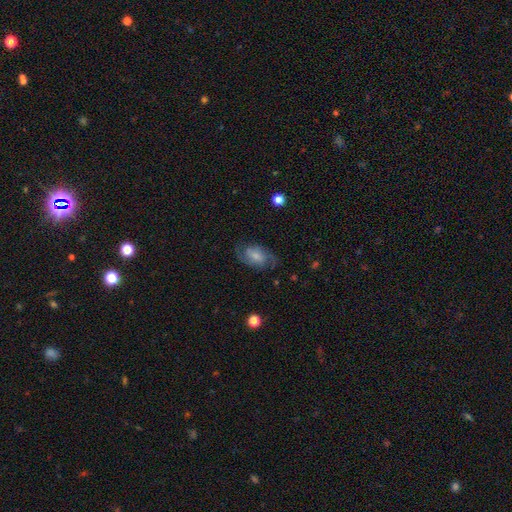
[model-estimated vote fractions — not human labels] smooth_or_featured: featured or disk (p=0.70) [alt: smooth p=0.22]
disk_edge_on: no (p=0.96) [alt: yes p=0.04]
bar: no (p=0.44) [alt: weak p=0.43]
has_spiral_arms: yes (p=0.93) [alt: no p=0.07]
spiral_winding: medium (p=0.52) [alt: tight p=0.25]
spiral_arm_count: 2 (p=0.88) [alt: can't tell p=0.06]
bulge_size: small (p=0.43) [alt: moderate p=0.30]
merging: none (p=0.73) [alt: minor disturbance p=0.16]